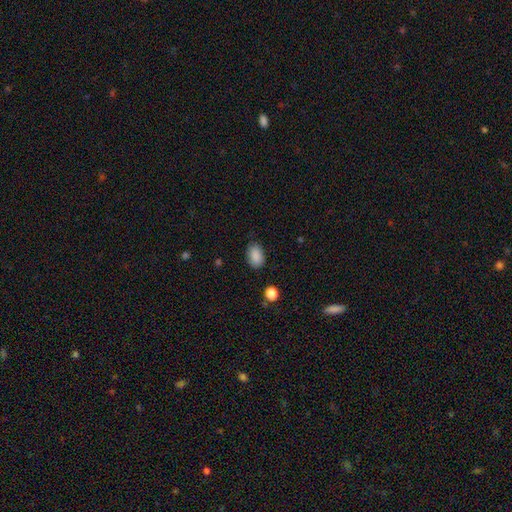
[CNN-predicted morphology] This is clearly a smooth galaxy (88%). How rounded: clearly in between (85%). Merging: likely none (80%).